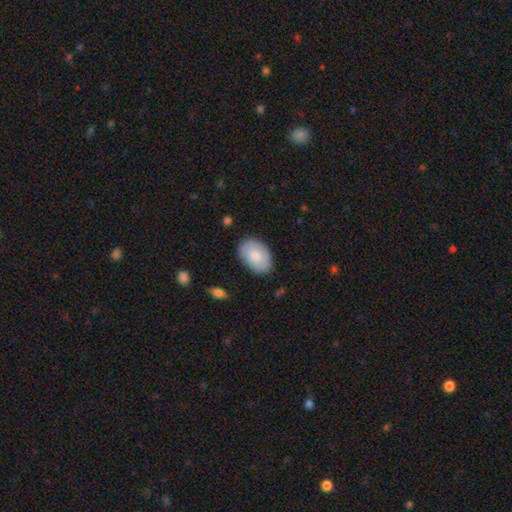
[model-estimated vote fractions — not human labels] smooth_or_featured: smooth (p=0.76) [alt: featured or disk p=0.18]
how_rounded: in between (p=0.89) [alt: round p=0.10]
merging: none (p=0.83) [alt: minor disturbance p=0.13]